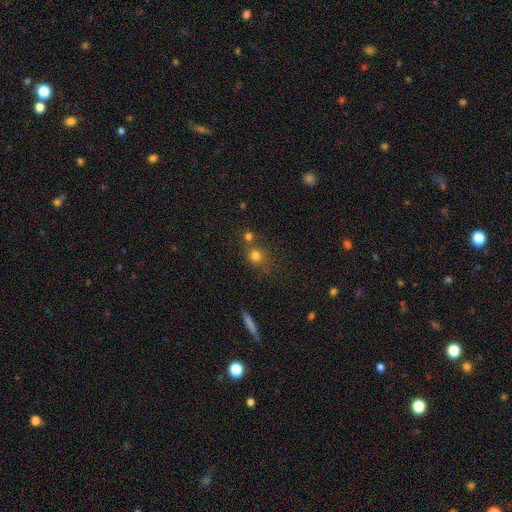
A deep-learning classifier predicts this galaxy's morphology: Smooth or featured: smooth — 73% (star or artifact — 17%)
How rounded: round — 83% (in between — 15%)
Merging: none — 56% (merger — 28%)